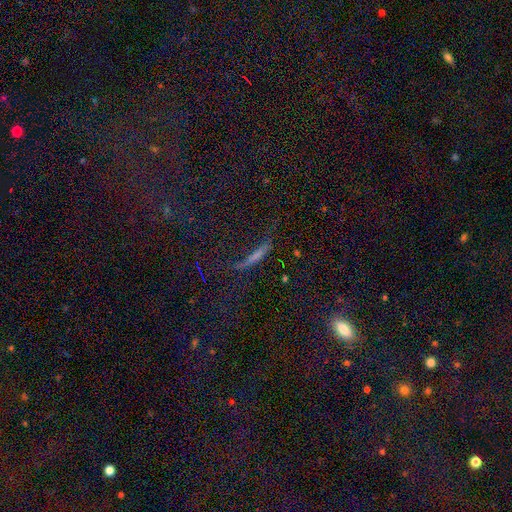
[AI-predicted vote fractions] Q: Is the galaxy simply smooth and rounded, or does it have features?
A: smooth — 40%.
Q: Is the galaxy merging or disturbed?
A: none — 62%.